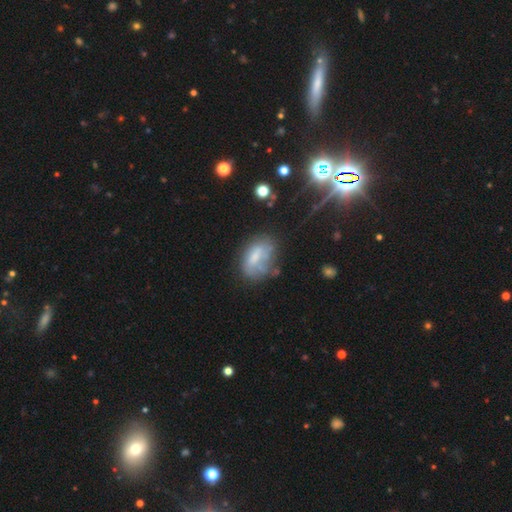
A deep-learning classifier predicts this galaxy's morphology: A smooth galaxy with no disk features (55%) that is in between round and cigar-shaped (87%).

Vote fractions:
- Smooth or featured? smooth: 55% / featured or disk: 30% / star or artifact: 15%
- How rounded? in between: 87% / round: 9% / cigar-shaped: 4%
- Merging? none: 45% / minor disturbance: 29% / major disturbance: 19% / merger: 8%